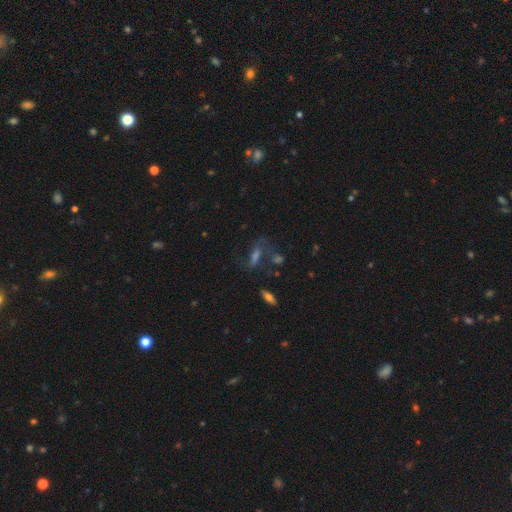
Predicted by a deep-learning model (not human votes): smooth_or_featured: featured or disk (p=0.38) [alt: smooth p=0.33]
merging: none (p=0.54) [alt: major disturbance p=0.18]